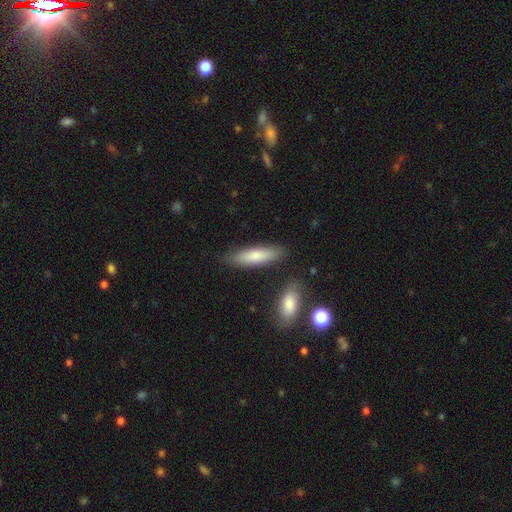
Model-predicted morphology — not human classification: This appears to be a smooth galaxy with no disk features (76%) that is cigar-shaped (64%). Merging: none (82%).